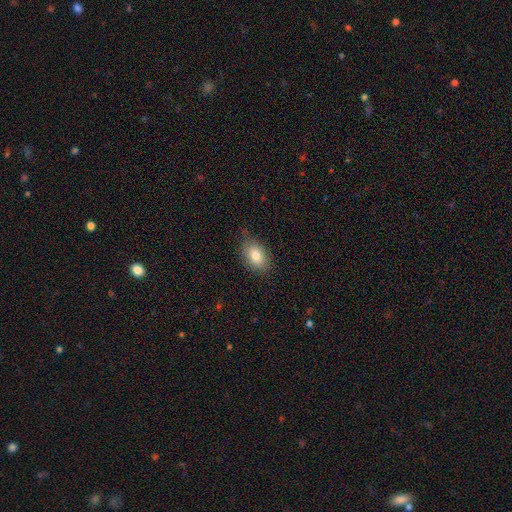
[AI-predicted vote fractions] This is clearly a smooth galaxy (81%). How rounded: clearly in between (87%). Merging: likely none (77%).